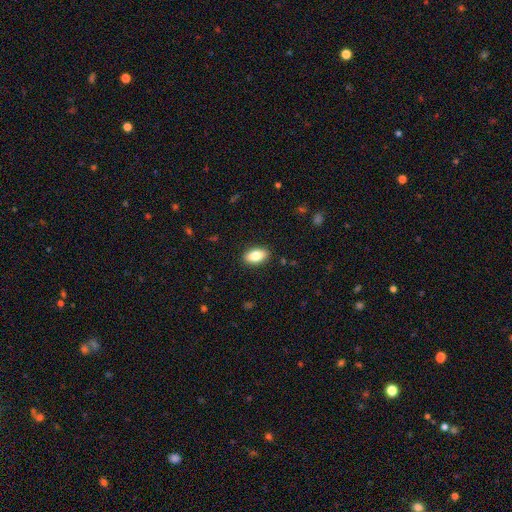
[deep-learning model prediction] Overall: smooth (82%). How rounded: in between (91%). Merging: none (89%).